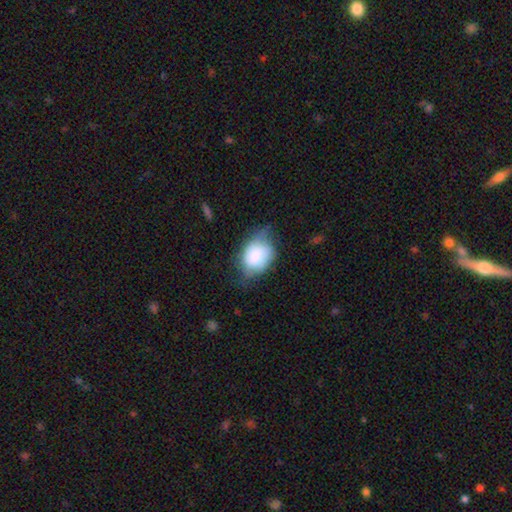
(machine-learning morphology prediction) Smooth or featured? Predicted: smooth (p=0.69). How rounded? Predicted: in between (p=0.66). Merging? Predicted: minor disturbance (p=0.42).